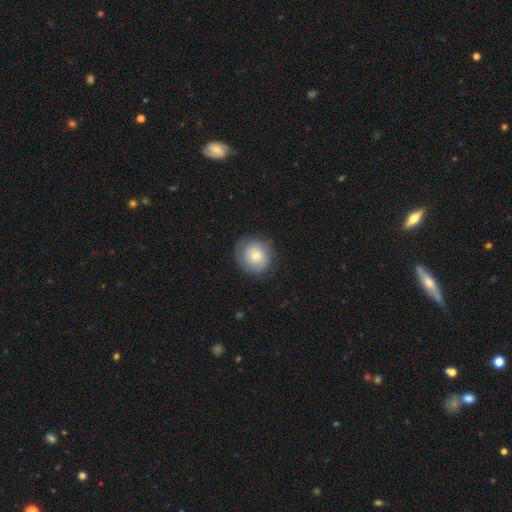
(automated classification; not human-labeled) Smooth or featured: smooth — 61% (featured or disk — 31%)
How rounded: round — 84% (in between — 15%)
Merging: none — 79% (minor disturbance — 14%)